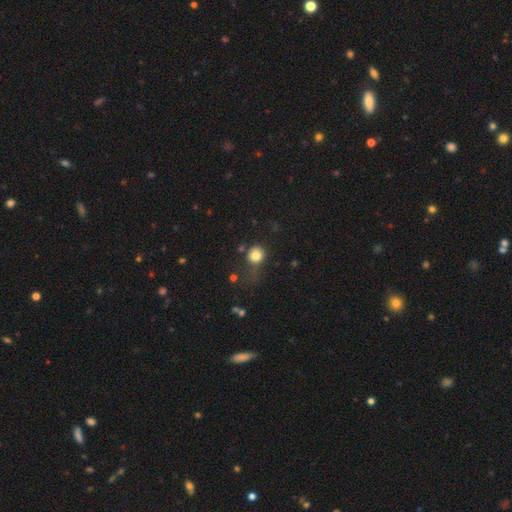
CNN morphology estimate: Overall: smooth (80%). How rounded: round (85%). Merging: none (48%; minor disturbance 24%).